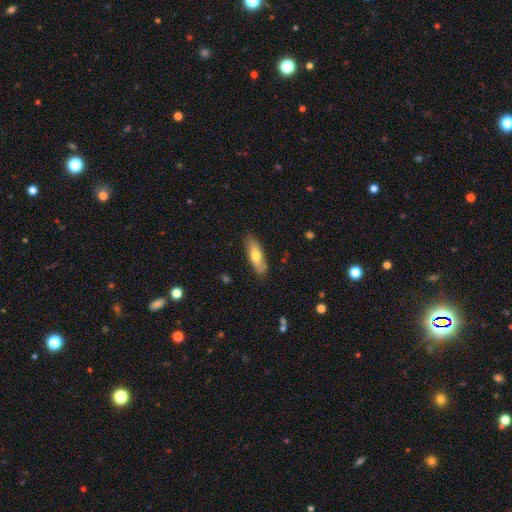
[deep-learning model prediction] A smooth galaxy with no disk features (64%) that is in between round and cigar-shaped (57%). Merging: none (82%).